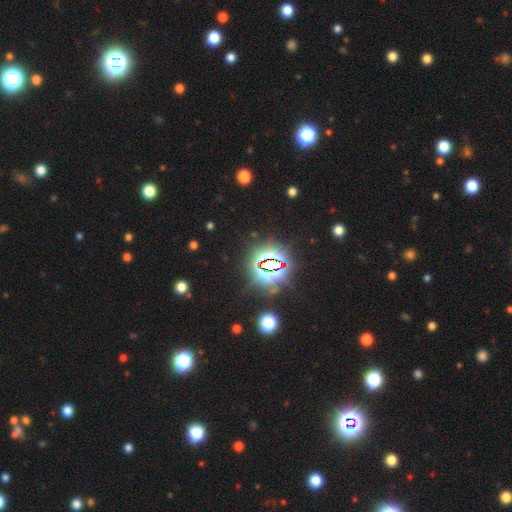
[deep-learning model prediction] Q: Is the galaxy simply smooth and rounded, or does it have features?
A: star or artifact — 82%.